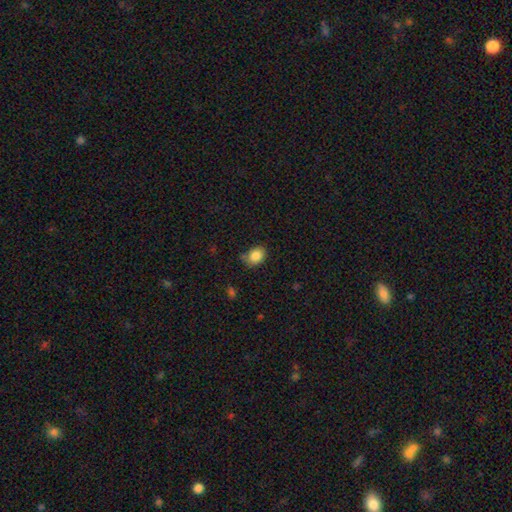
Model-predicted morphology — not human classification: This is clearly a smooth galaxy (85%). How rounded: possibly in between (54%). Merging: likely none (65%).